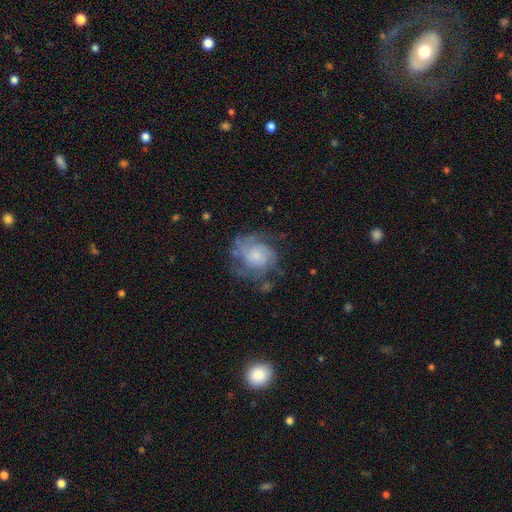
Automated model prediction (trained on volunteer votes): Smooth or featured?
  - featured or disk: 67% *
  - smooth: 26%
  - star or artifact: 8%
Edge-on disk?
  - no: 98% *
  - yes: 2%
Bar?
  - no: 78% *
  - weak: 19%
  - strong: 3%
Spiral arms?
  - yes: 86% *
  - no: 14%
Spiral winding?
  - tight: 51% *
  - medium: 36%
  - loose: 13%
Spiral arm count?
  - can't tell: 37% *
  - 2: 31%
  - 3: 17%
  - 4: 6%
  - 1: 6%
  - more than 4: 4%
Bulge size?
  - small: 51% *
  - moderate: 28%
  - none: 11%
  - large: 8%
  - dominant: 2%
Merging?
  - none: 59% *
  - minor disturbance: 22%
  - major disturbance: 16%
  - merger: 2%